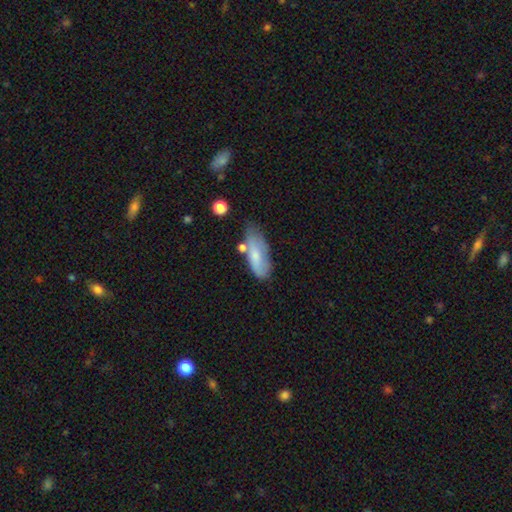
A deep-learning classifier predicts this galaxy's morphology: smooth_or_featured: smooth (p=0.68) [alt: featured or disk p=0.25]
how_rounded: in between (p=0.77) [alt: cigar-shaped p=0.20]
merging: none (p=0.46) [alt: minor disturbance p=0.33]